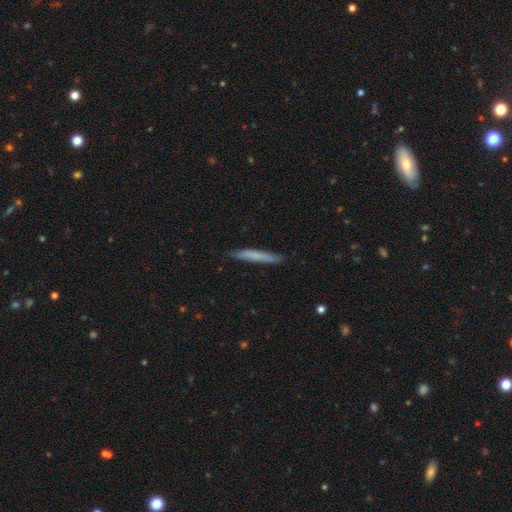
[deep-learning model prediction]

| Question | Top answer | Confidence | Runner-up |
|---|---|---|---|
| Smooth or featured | smooth | 66% | featured or disk (28%) |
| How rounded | cigar-shaped | 96% | in between (3%) |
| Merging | none | 86% | minor disturbance (11%) |